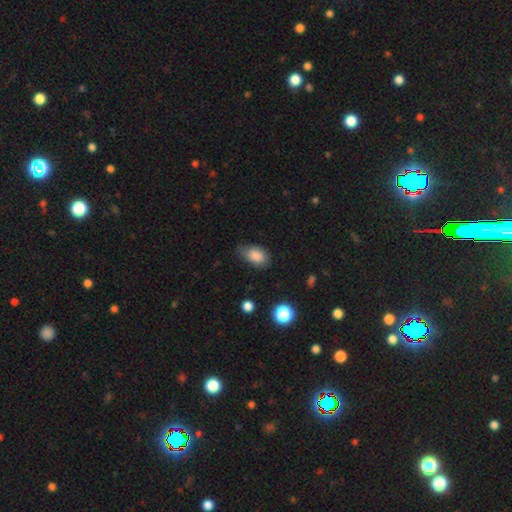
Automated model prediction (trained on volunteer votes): smooth_or_featured: smooth (p=0.85) [alt: star or artifact p=0.08]
how_rounded: in between (p=0.89) [alt: round p=0.10]
merging: none (p=0.62) [alt: minor disturbance p=0.29]